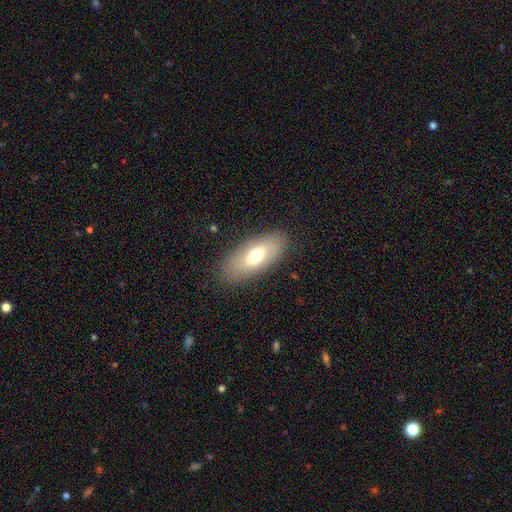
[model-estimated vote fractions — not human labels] smooth 64%, featured or disk 28%, star or artifact 7%. Down the decision tree: how rounded — in between (84%); merging — none (85%).